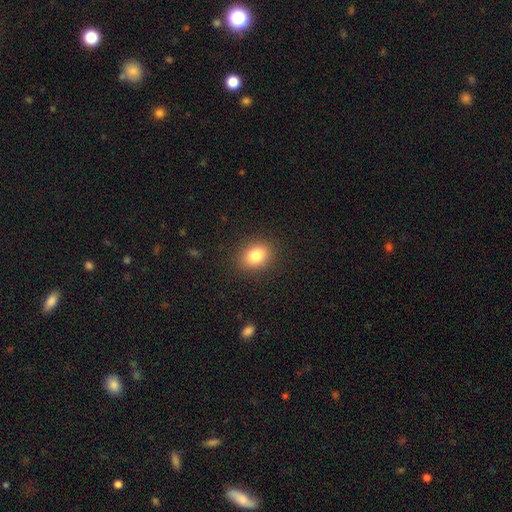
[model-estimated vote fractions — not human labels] This appears to be a smooth galaxy with no disk features (82%) that is in between round and cigar-shaped (62%). Merging: none (88%).